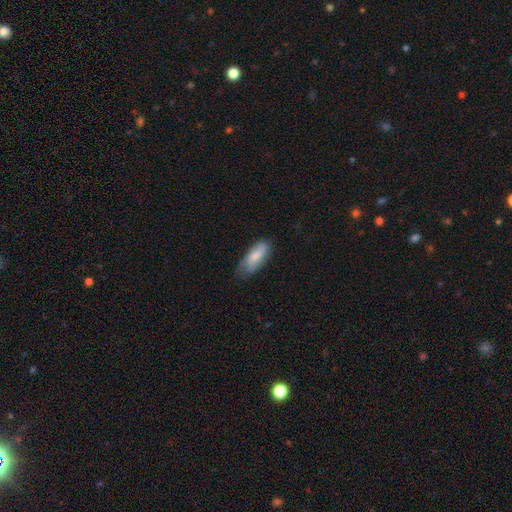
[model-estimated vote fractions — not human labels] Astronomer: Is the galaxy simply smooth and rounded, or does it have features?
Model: smooth — 75%.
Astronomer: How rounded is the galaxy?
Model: in between — 77%.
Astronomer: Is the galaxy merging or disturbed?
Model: none — 62%.